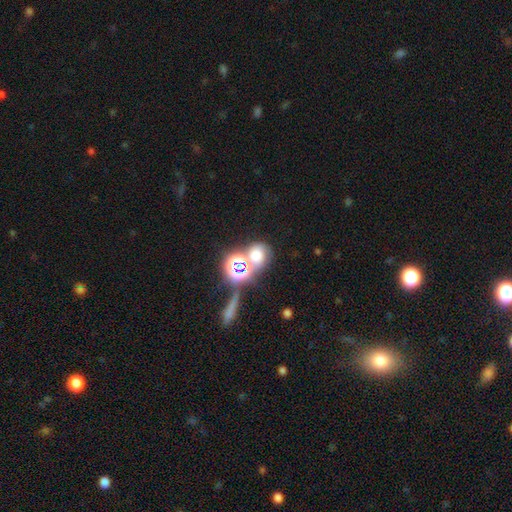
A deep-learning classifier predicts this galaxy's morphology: This appears to be a smooth galaxy with no disk features (56%) that is round (70%). Merging: none (48%).